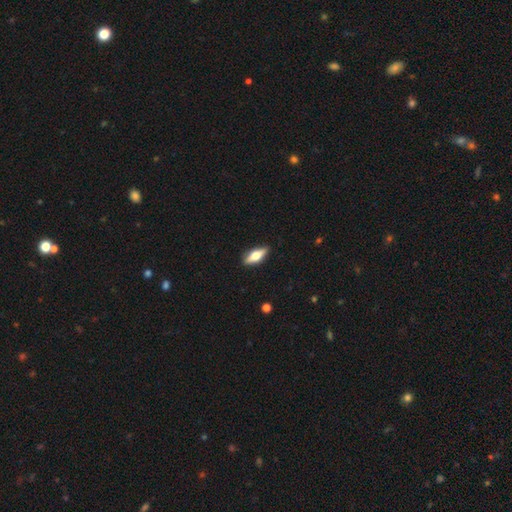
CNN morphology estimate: This appears to be a featured or disk galaxy (47%). Merging: none (88%).